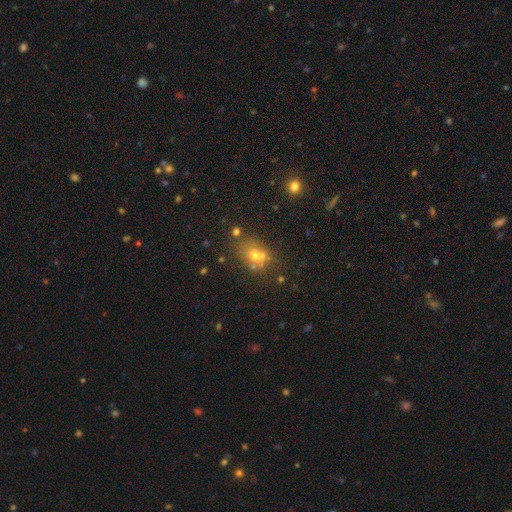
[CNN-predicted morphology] Smooth or featured: smooth — 55% (star or artifact — 25%)
How rounded: round — 53% (in between — 46%)
Merging: none — 51% (merger — 32%)